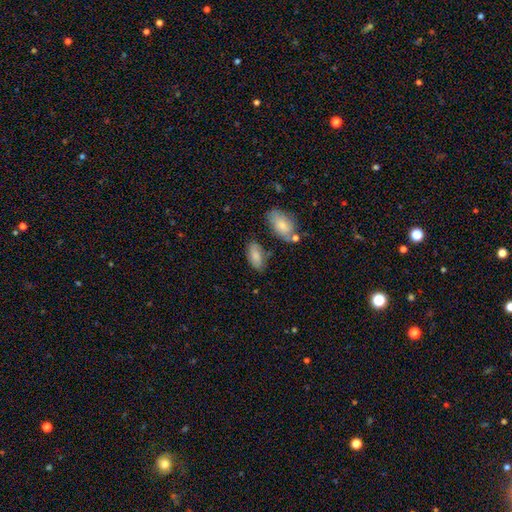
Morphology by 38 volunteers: smooth 76%, featured or disk 18%, star or artifact 5%. Down the decision tree: how rounded — in between (93%); merging — none (50%).